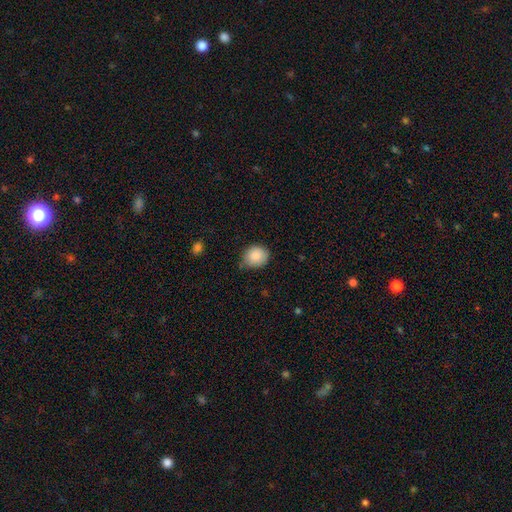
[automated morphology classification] This is clearly a smooth galaxy (88%). How rounded: likely round (71%). Merging: likely none (71%).